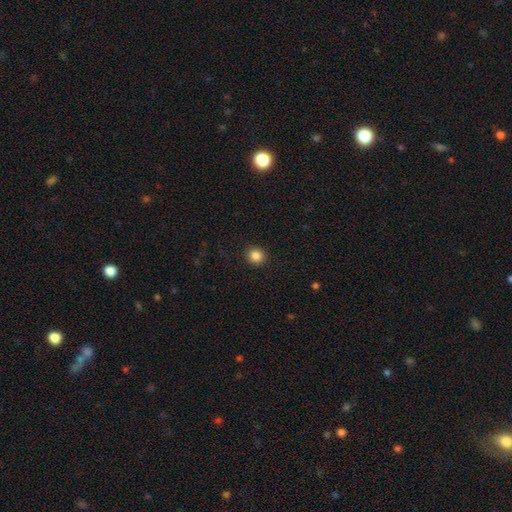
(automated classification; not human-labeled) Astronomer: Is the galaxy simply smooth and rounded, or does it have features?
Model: smooth — 85%.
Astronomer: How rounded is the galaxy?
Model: round — 88%.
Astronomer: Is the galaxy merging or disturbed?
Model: none — 92%.